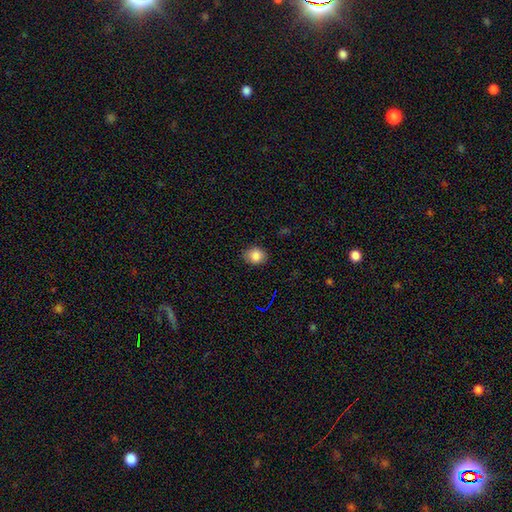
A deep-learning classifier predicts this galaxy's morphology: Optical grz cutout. It shows a smooth galaxy with no disk features (85%) that is round (56%). Merging: none (83%).